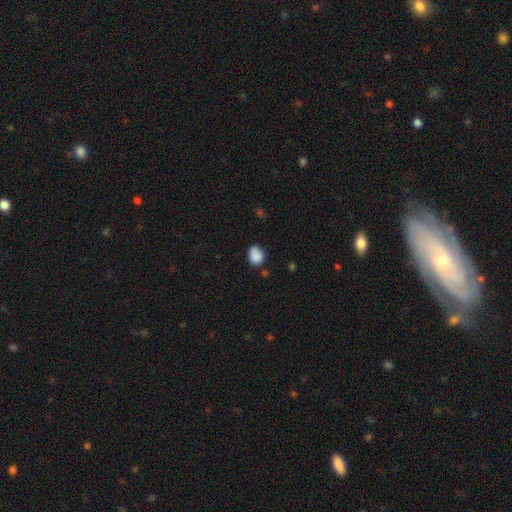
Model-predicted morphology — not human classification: Q: Smooth or featured?
A: smooth (84%); runner-up: star or artifact (9%)
Q: How rounded?
A: round (57%); runner-up: in between (42%)
Q: Merging?
A: none (55%); runner-up: minor disturbance (29%)